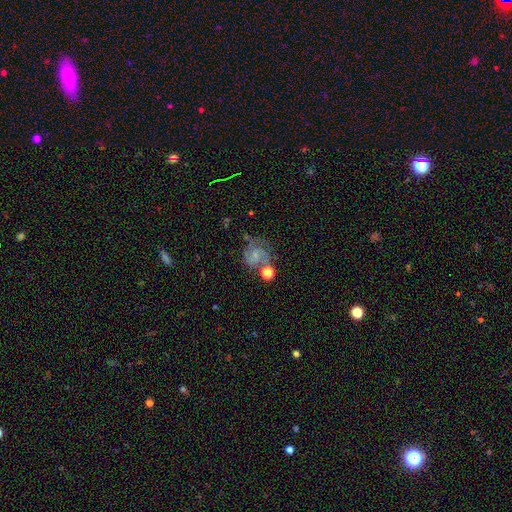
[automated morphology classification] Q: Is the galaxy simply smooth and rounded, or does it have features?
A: featured or disk — 70%.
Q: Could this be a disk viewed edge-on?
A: no — 98%.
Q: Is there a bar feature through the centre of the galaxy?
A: no — 55%.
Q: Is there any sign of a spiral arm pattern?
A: yes — 93%.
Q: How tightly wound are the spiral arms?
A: medium — 48%.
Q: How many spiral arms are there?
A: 2 — 64%.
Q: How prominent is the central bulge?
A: small — 64%.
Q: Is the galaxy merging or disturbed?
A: none — 52%.